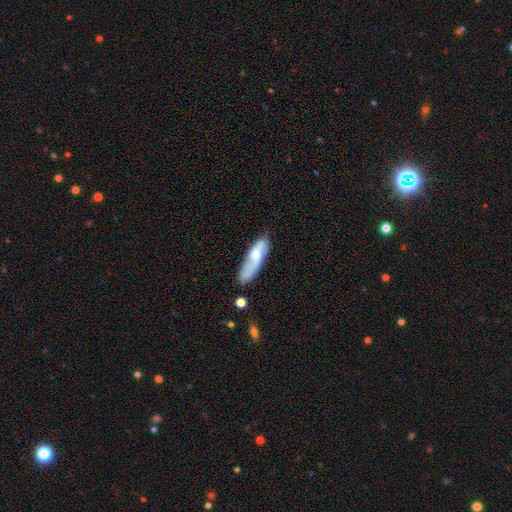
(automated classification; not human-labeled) smooth_or_featured: smooth (p=0.52) [alt: featured or disk p=0.42]
how_rounded: cigar-shaped (p=0.57) [alt: in between p=0.41]
merging: none (p=0.61) [alt: minor disturbance p=0.26]